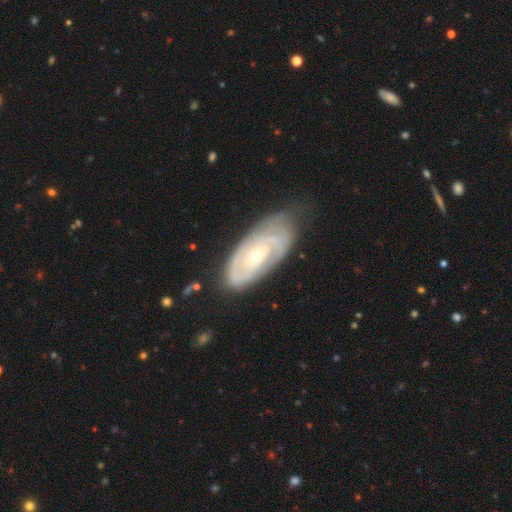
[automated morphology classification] Smooth or featured?
  - featured or disk: 76% *
  - smooth: 18%
  - star or artifact: 6%
Edge-on disk?
  - no: 92% *
  - yes: 8%
Bar?
  - no: 72% *
  - weak: 22%
  - strong: 5%
Spiral arms?
  - yes: 85% *
  - no: 15%
Spiral winding?
  - tight: 70% *
  - medium: 24%
  - loose: 6%
Spiral arm count?
  - can't tell: 45% *
  - 2: 35%
  - 3: 9%
  - 1: 5%
  - 4: 4%
  - more than 4: 3%
Bulge size?
  - small: 65% *
  - moderate: 31%
  - large: 1%
  - none: 1%
  - dominant: 1%
Merging?
  - none: 65% *
  - minor disturbance: 25%
  - major disturbance: 7%
  - merger: 2%